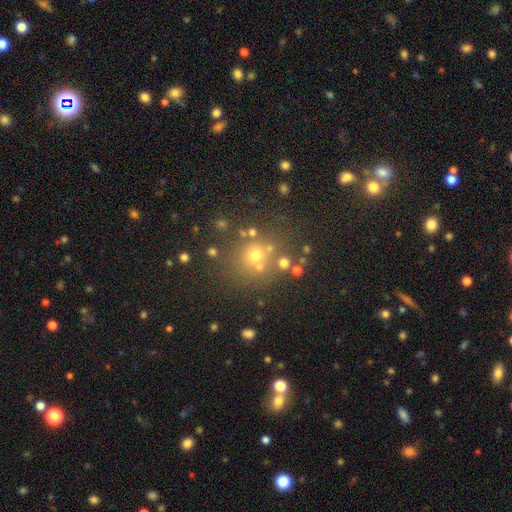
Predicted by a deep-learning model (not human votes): Q: Smooth or featured?
A: smooth (60%); runner-up: star or artifact (27%)
Q: How rounded?
A: round (87%); runner-up: in between (12%)
Q: Merging?
A: none (70%); runner-up: merger (14%)